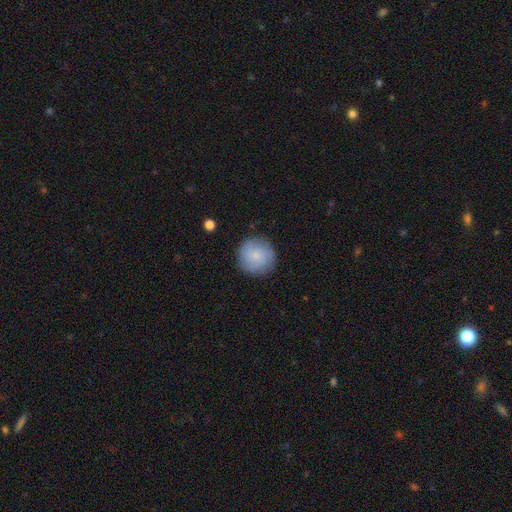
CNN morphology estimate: Q: Smooth or featured?
A: smooth (78%); runner-up: featured or disk (15%)
Q: How rounded?
A: round (94%); runner-up: in between (5%)
Q: Merging?
A: none (87%); runner-up: minor disturbance (10%)